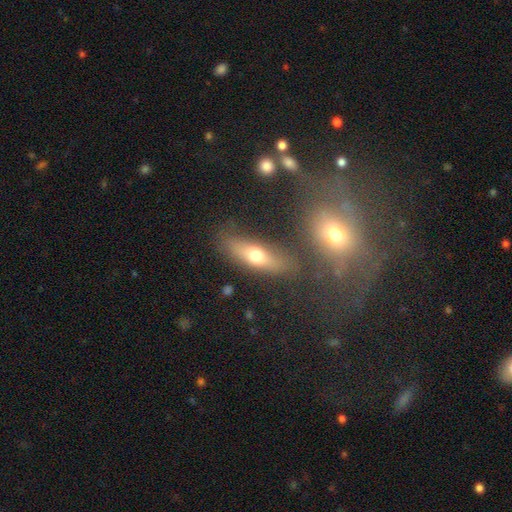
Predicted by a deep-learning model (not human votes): Smooth or featured?
  - smooth: 61% *
  - featured or disk: 30%
  - star or artifact: 9%
How rounded?
  - in between: 56% *
  - cigar-shaped: 39%
  - round: 5%
Merging?
  - none: 75% *
  - minor disturbance: 14%
  - merger: 6%
  - major disturbance: 6%